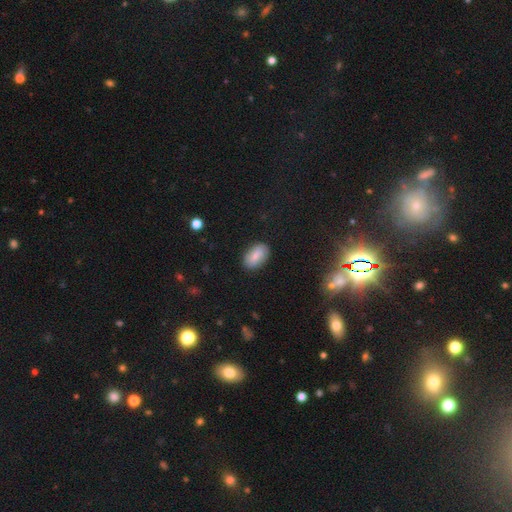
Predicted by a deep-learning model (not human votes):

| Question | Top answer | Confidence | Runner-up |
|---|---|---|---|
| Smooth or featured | smooth | 76% | featured or disk (16%) |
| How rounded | in between | 92% | round (6%) |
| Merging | none | 84% | minor disturbance (12%) |